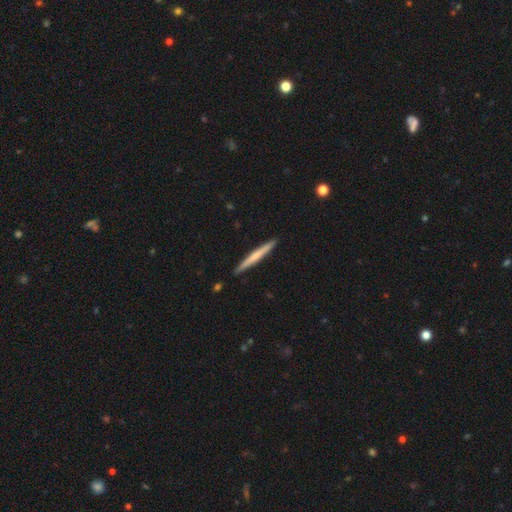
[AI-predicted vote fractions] smooth-or-featured: smooth: 53% | featured or disk: 41% | star or artifact: 5%
  how-rounded: cigar-shaped: 97% | in between: 2% | round: 1%
  merging: none: 92% | minor disturbance: 6% | major disturbance: 1% | merger: 1%